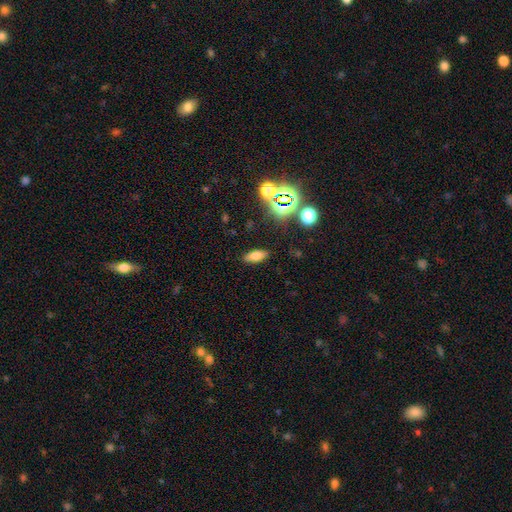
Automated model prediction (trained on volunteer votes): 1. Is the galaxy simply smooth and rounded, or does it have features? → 69% smooth, 16% star or artifact, 15% featured or disk.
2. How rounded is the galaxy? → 76% in between, 19% cigar-shaped, 5% round.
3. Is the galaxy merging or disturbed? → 87% none, 9% minor disturbance, 3% major disturbance, 2% merger.